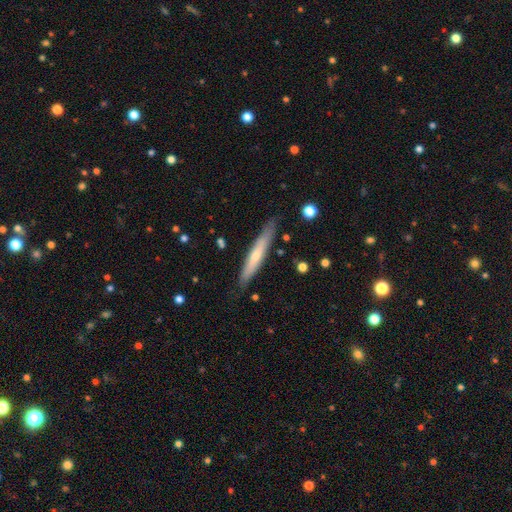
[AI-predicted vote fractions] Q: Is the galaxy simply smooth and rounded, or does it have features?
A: smooth — 53%.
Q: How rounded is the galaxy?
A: cigar-shaped — 93%.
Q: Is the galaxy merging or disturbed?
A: none — 83%.